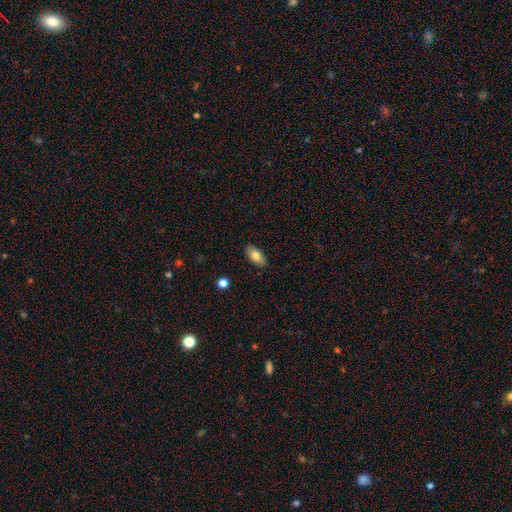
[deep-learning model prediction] This appears to be a smooth galaxy with no disk features (78%) that is in between round and cigar-shaped (92%). Merging: none (87%).